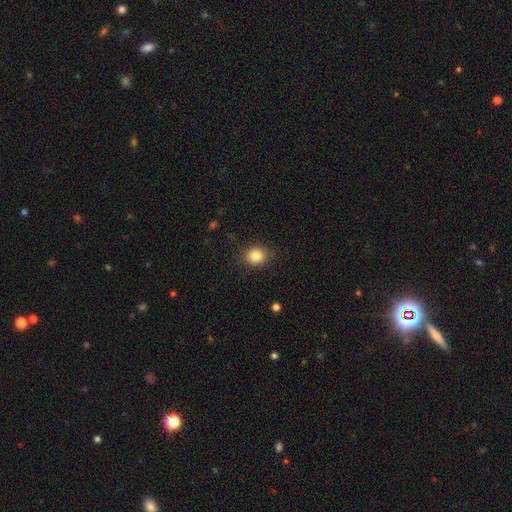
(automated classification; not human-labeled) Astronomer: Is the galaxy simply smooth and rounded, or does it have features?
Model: smooth — 84%.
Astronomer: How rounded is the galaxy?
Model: round — 73%.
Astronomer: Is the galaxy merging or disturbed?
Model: none — 87%.